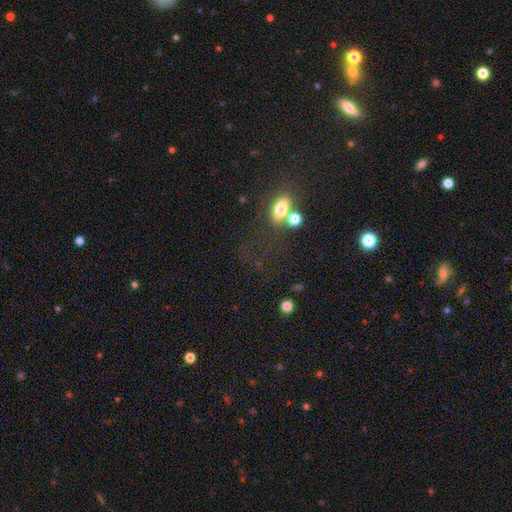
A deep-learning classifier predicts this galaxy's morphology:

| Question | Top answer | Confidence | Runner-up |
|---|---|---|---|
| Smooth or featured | star or artifact | 51% | smooth (36%) |